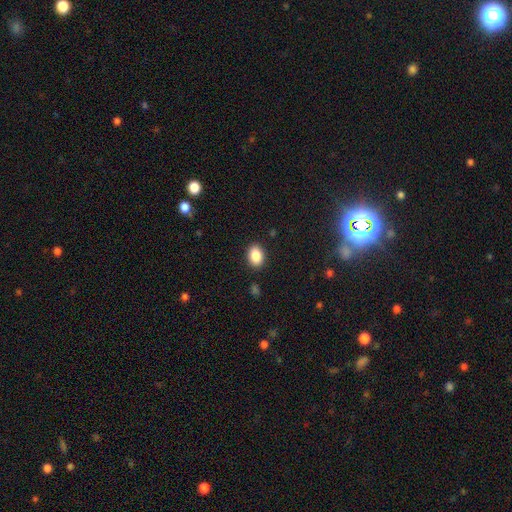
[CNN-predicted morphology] A smooth galaxy with no disk features (88%) that is in between round and cigar-shaped (74%). Merging: none (88%).